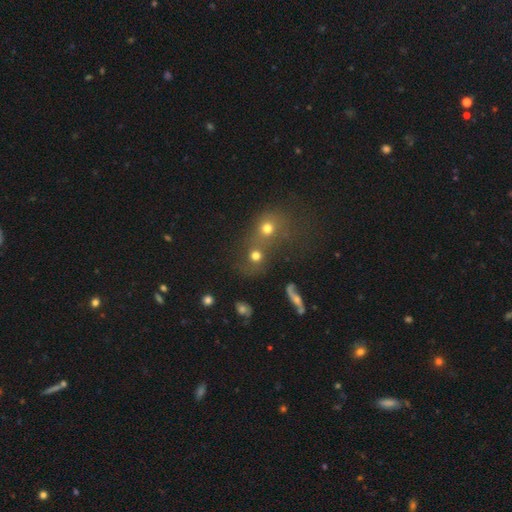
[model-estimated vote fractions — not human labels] smooth_or_featured: smooth (p=0.70) [alt: star or artifact p=0.17]
how_rounded: round (p=0.83) [alt: in between p=0.15]
merging: merger (p=0.45) [alt: none p=0.40]